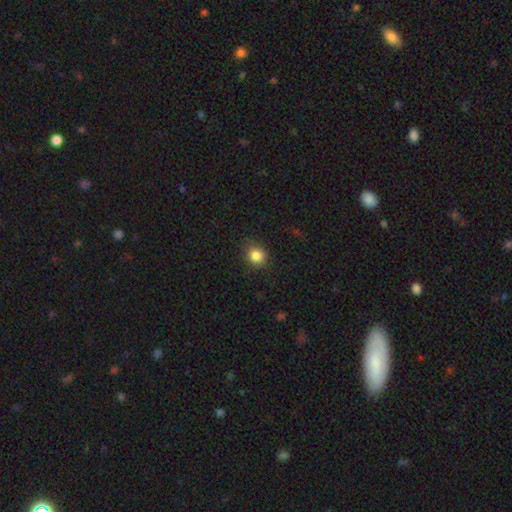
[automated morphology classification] Smooth or featured? smooth (84%)
How rounded? round (77%)
Merging? none (81%)